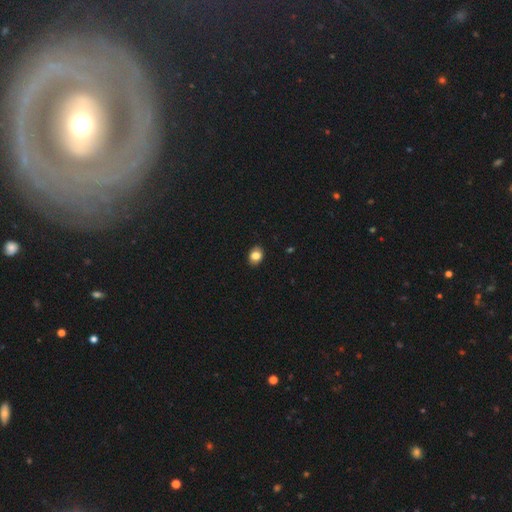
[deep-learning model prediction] smooth 84%, star or artifact 9%, featured or disk 7%. Down the decision tree: how rounded — in between (59%); merging — none (89%).